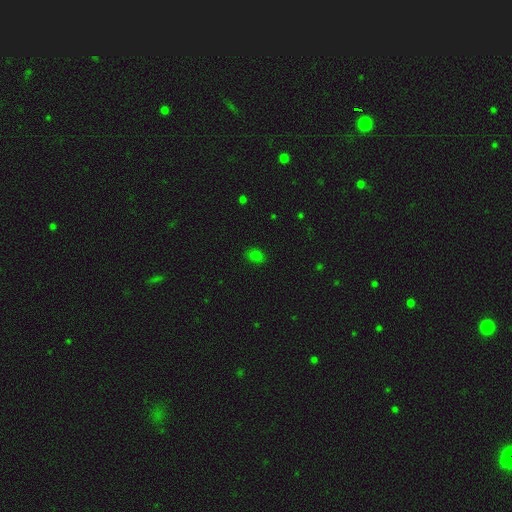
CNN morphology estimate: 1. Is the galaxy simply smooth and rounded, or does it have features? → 76% smooth, 20% star or artifact, 4% featured or disk.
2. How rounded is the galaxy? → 79% in between, 19% round, 2% cigar-shaped.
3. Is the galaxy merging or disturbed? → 81% none, 14% minor disturbance, 3% major disturbance, 2% merger.